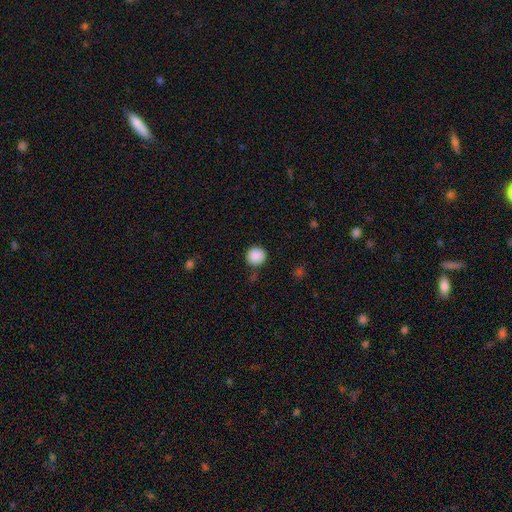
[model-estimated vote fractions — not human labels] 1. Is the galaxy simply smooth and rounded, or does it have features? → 89% smooth, 9% star or artifact, 3% featured or disk.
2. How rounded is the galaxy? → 94% round, 5% in between, 1% cigar-shaped.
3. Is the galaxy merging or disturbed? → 85% none, 9% minor disturbance, 3% major disturbance, 3% merger.